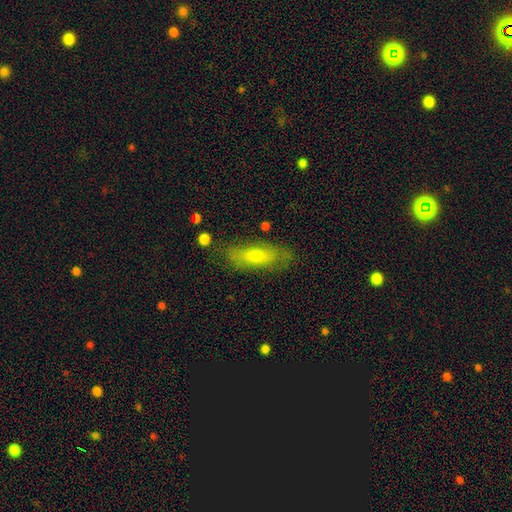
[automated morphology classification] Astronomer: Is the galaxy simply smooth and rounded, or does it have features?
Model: smooth — 64%.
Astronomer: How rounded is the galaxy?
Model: in between — 58% (runner-up: cigar-shaped, 39%).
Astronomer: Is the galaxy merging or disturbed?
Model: none — 76%.